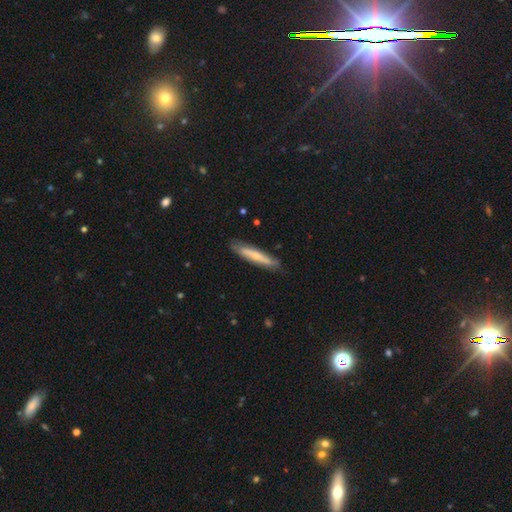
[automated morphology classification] Smooth or featured? Predicted: smooth (p=0.51). How rounded? Predicted: cigar-shaped (p=0.89). Merging? Predicted: none (p=0.81).